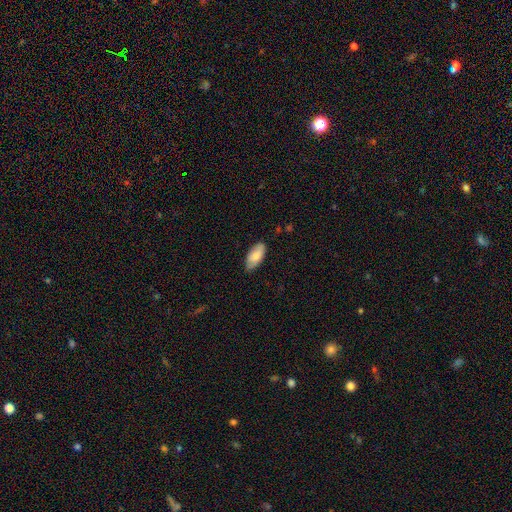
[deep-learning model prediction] Morphology: type=smooth (80%); roundness=in between (91%); merging=none (82%).